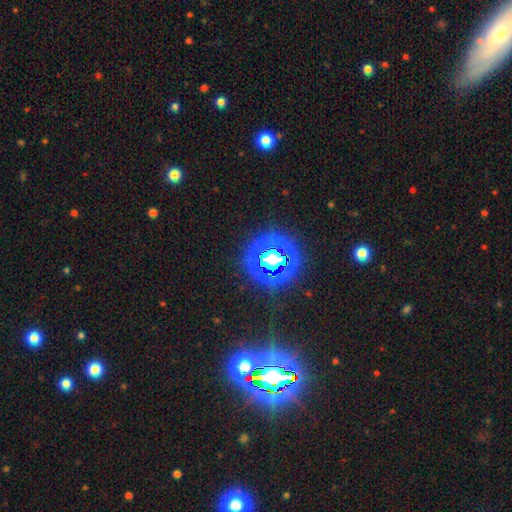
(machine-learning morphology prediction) Q: Smooth or featured?
A: star or artifact (81%); runner-up: smooth (12%)